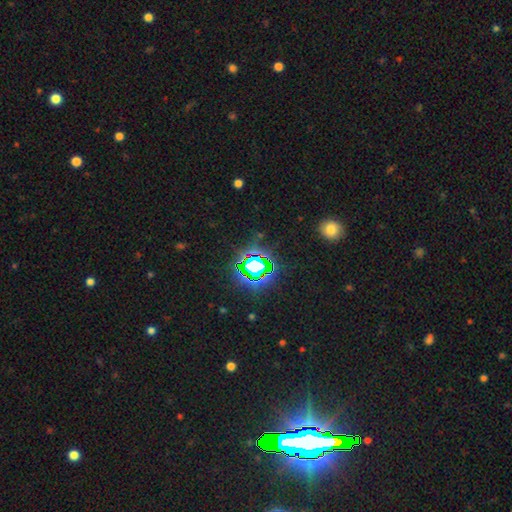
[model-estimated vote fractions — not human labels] Smooth or featured? Predicted: star or artifact (p=0.77).